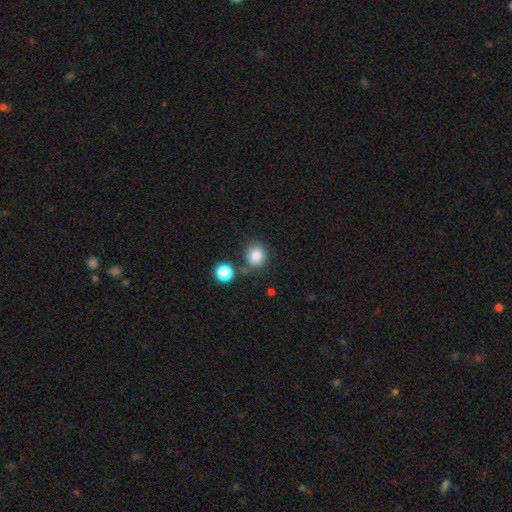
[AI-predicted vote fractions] This appears to be a smooth galaxy with no disk features (85%) that is round (73%). Merging: none (72%).